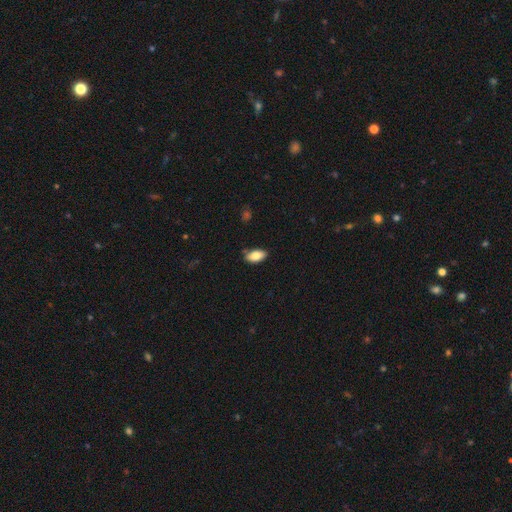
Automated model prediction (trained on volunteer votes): Overall: smooth (83%). How rounded: in between (92%). Merging: none (79%).